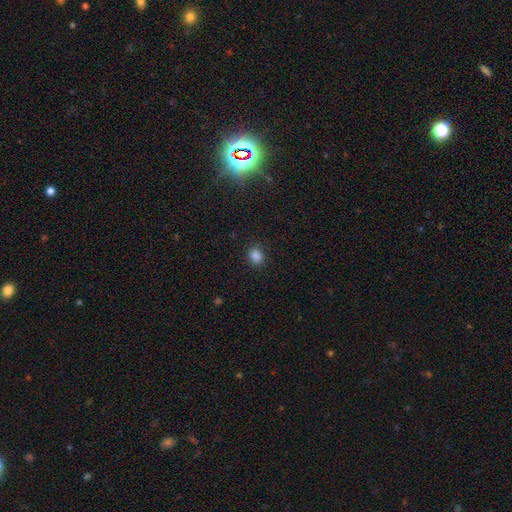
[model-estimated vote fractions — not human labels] A smooth galaxy with no disk features (84%) that is round (64%).

Vote fractions:
- Smooth or featured? smooth: 84% / star or artifact: 12% / featured or disk: 3%
- How rounded? round: 64% / in between: 35% / cigar-shaped: 1%
- Merging? none: 88% / minor disturbance: 8% / major disturbance: 3% / merger: 1%